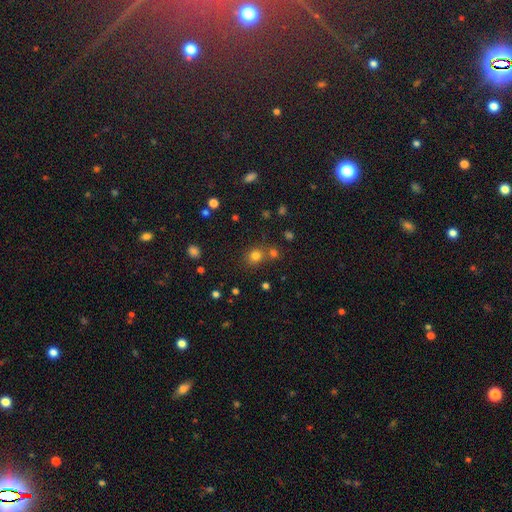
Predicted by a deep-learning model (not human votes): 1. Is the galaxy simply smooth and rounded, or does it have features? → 75% smooth, 19% star or artifact, 7% featured or disk.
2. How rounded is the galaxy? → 81% round, 18% in between, 1% cigar-shaped.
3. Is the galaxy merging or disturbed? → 66% none, 21% merger, 9% minor disturbance, 4% major disturbance.